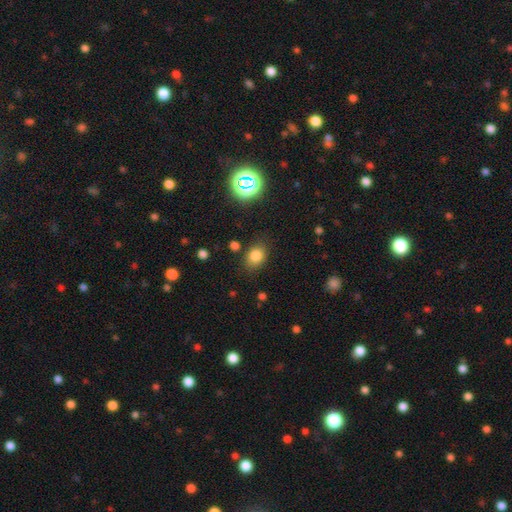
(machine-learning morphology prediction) Smooth or featured? Predicted: smooth (p=0.78). How rounded? Predicted: in between (p=0.55). Merging? Predicted: none (p=0.79).